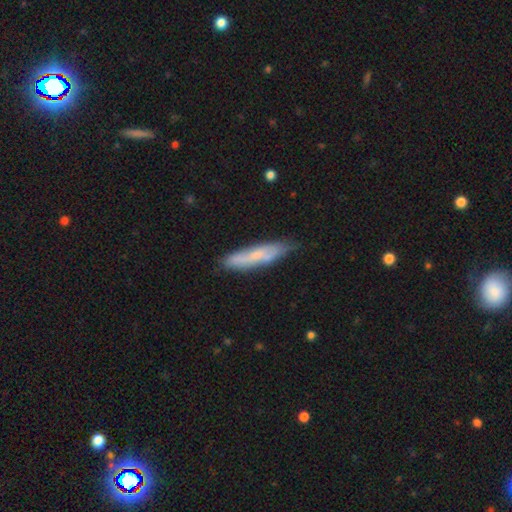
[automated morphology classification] This is possibly a smooth galaxy (57%). How rounded: clearly cigar-shaped (83%). Merging: likely none (72%).